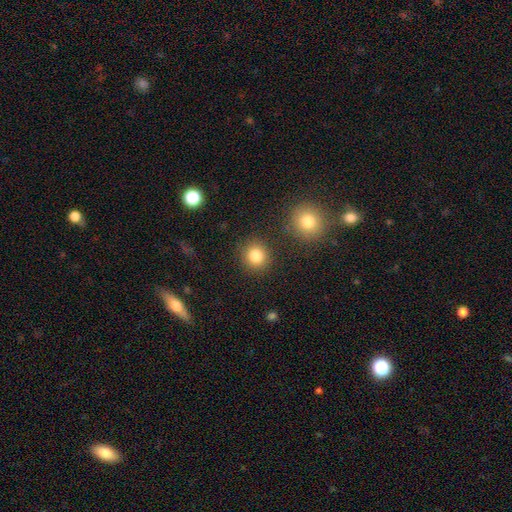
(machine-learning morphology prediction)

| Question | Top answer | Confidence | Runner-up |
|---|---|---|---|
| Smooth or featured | smooth | 84% | star or artifact (11%) |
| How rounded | round | 89% | in between (10%) |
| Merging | none | 87% | minor disturbance (7%) |